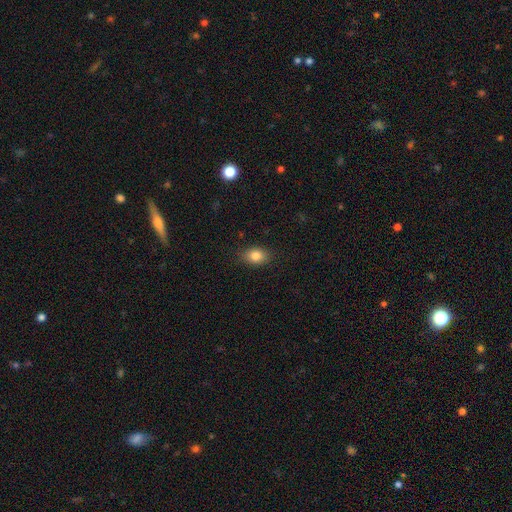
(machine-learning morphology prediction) Q: Smooth or featured?
A: smooth (84%); runner-up: star or artifact (9%)
Q: How rounded?
A: in between (75%); runner-up: round (24%)
Q: Merging?
A: none (86%); runner-up: minor disturbance (11%)